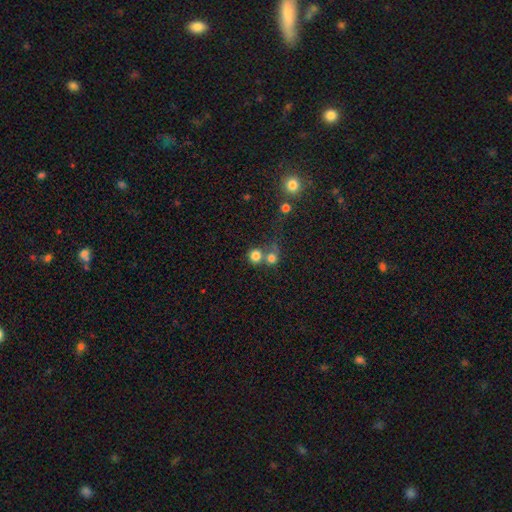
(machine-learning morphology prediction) smooth 79%, star or artifact 13%, featured or disk 8%. Down the decision tree: how rounded — round (87%); merging — none (48%).